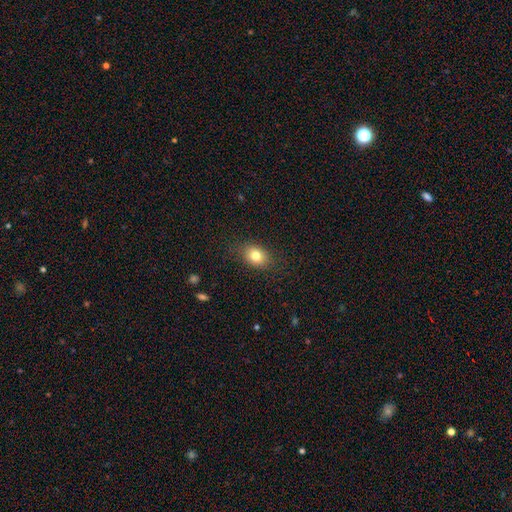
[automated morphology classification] smooth_or_featured: smooth (p=0.80) [alt: star or artifact p=0.11]
how_rounded: in between (p=0.63) [alt: round p=0.36]
merging: none (p=0.84) [alt: minor disturbance p=0.12]